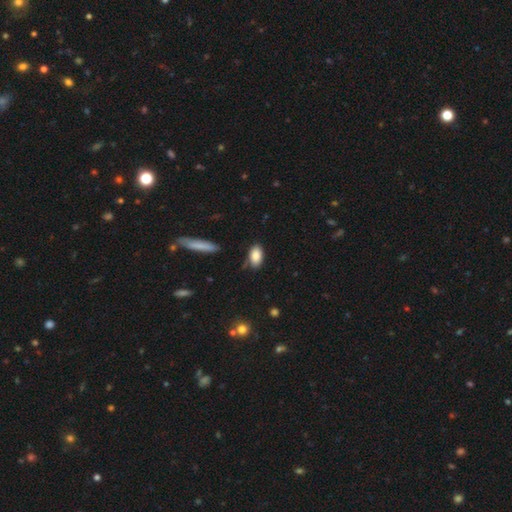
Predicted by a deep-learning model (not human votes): Smooth or featured? smooth (87%)
How rounded? in between (92%)
Merging? none (77%)